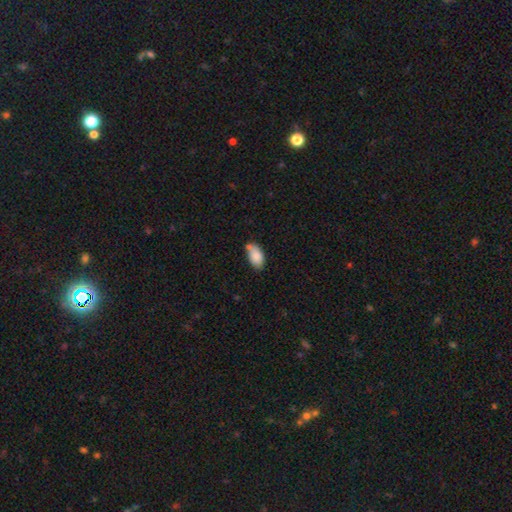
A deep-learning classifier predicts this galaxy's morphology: Q: Smooth or featured?
A: smooth (85%); runner-up: star or artifact (7%)
Q: How rounded?
A: in between (93%); runner-up: round (4%)
Q: Merging?
A: none (56%); runner-up: minor disturbance (22%)